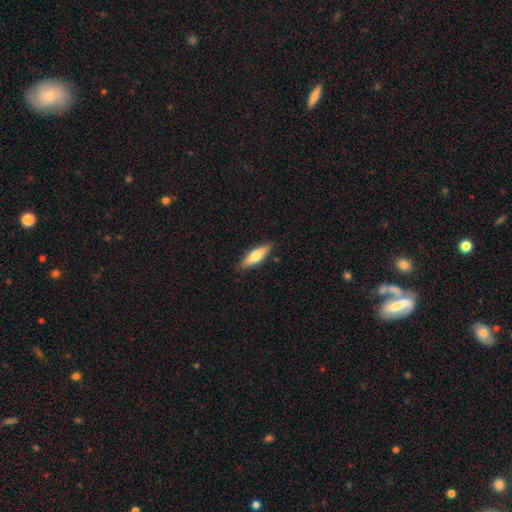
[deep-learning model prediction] Smooth or featured? Predicted: smooth (p=0.63). How rounded? Predicted: cigar-shaped (p=0.50). Merging? Predicted: none (p=0.86).